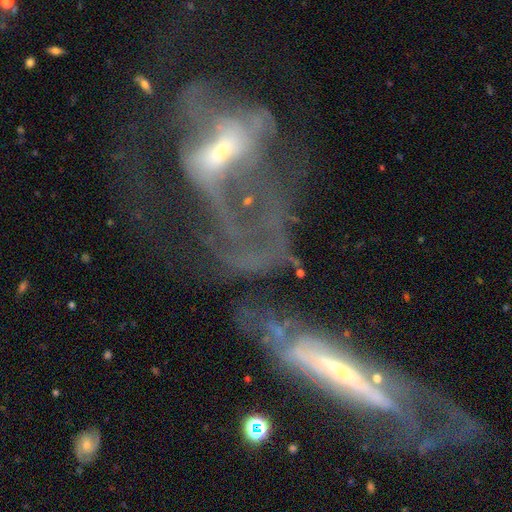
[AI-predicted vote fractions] This is likely a featured or disk galaxy (70%). It is clearly not viewed edge-on (81%). Bar: possibly no (50%). Spiral arm pattern: possibly no (50%, tied with yes). Central bulge: marginally moderate (39%). Merging: marginally major disturbance (43%).